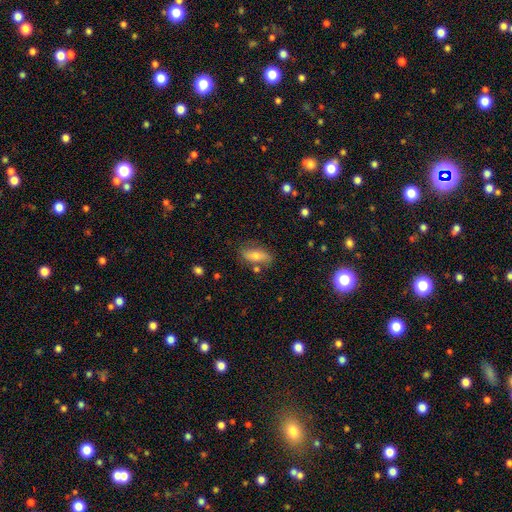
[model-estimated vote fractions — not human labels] This appears to be a smooth galaxy with no disk features (65%) that is in between round and cigar-shaped (71%). Merging: none (75%).